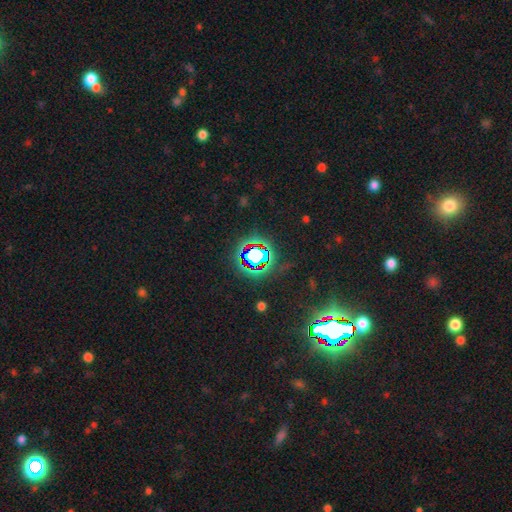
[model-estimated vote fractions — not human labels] smooth_or_featured: star or artifact (p=0.73) [alt: smooth p=0.16]